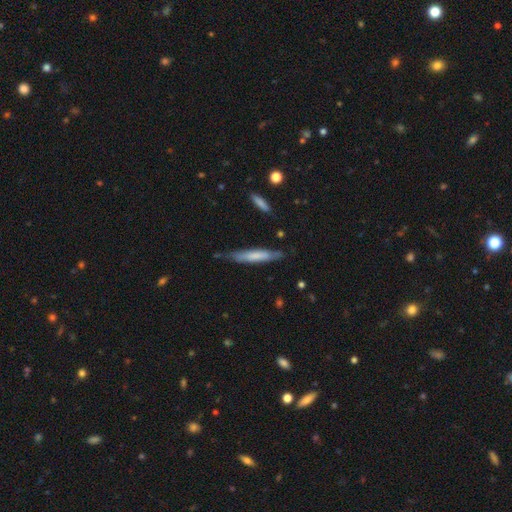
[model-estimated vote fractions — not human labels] The model was most divided on "smooth or featured": smooth: 61%, featured or disk: 34%, star or artifact: 5%. More confident: how rounded — cigar-shaped (90%); merging — none (73%).